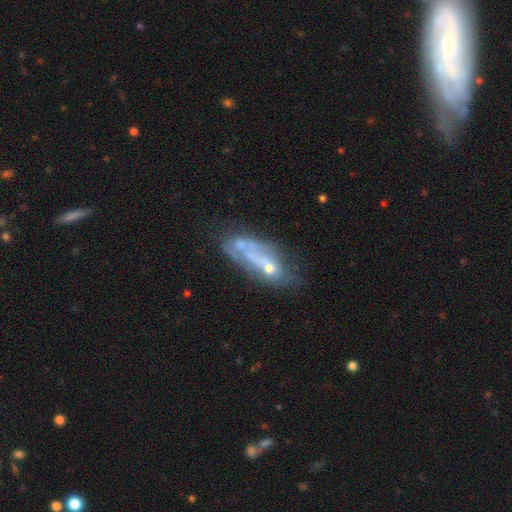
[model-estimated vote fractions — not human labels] A featured or disk galaxy (57%). Merging: none (37%).